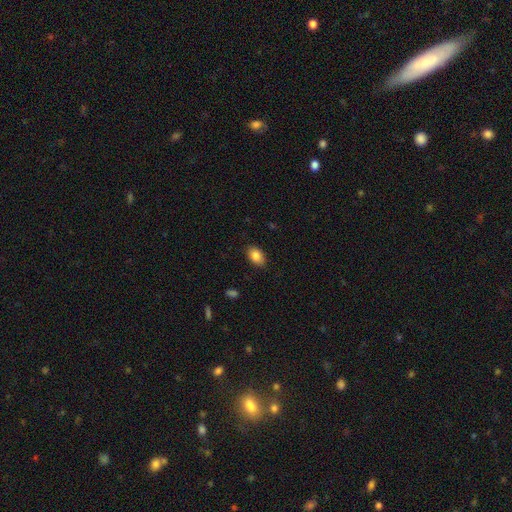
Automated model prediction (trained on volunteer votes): smooth-or-featured: smooth: 85% | star or artifact: 8% | featured or disk: 7%
  how-rounded: in between: 87% | round: 12% | cigar-shaped: 1%
  merging: none: 87% | minor disturbance: 10% | major disturbance: 2% | merger: 1%